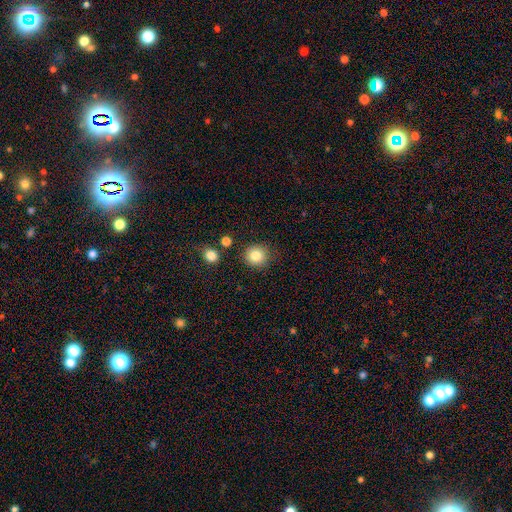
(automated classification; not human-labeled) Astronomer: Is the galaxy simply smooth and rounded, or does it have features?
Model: smooth — 83%.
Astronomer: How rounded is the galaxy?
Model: round — 89%.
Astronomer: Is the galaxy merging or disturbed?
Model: none — 83%.